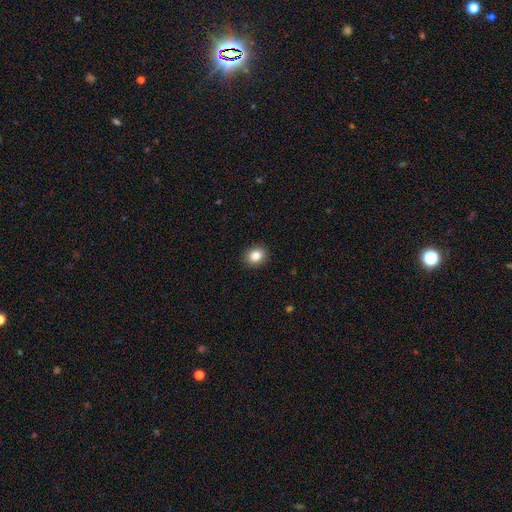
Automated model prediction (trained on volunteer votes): A smooth galaxy with no disk features (85%) that is round (64%).

Vote fractions:
- Smooth or featured? smooth: 85% / star or artifact: 10% / featured or disk: 5%
- How rounded? round: 64% / in between: 35% / cigar-shaped: 1%
- Merging? none: 91% / minor disturbance: 6% / major disturbance: 2% / merger: 1%